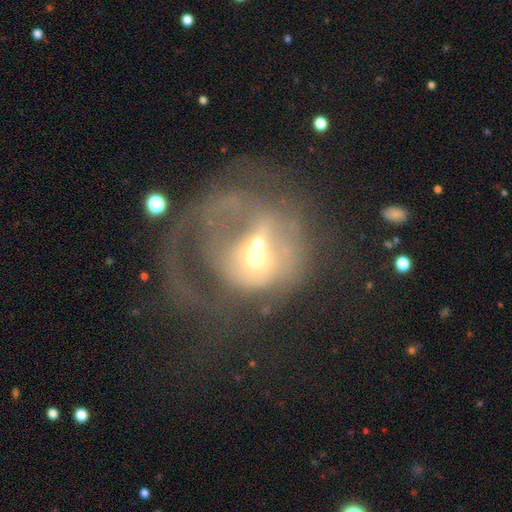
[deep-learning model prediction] Smooth or featured: featured or disk — 64% (smooth — 24%)
Edge-on disk: no — 97% (yes — 3%)
Bar: no — 74% (weak — 20%)
Spiral arms: no — 54% (yes — 46%)
Bulge size: small — 46% (moderate — 42%)
Merging: major disturbance — 44% (merger — 32%)